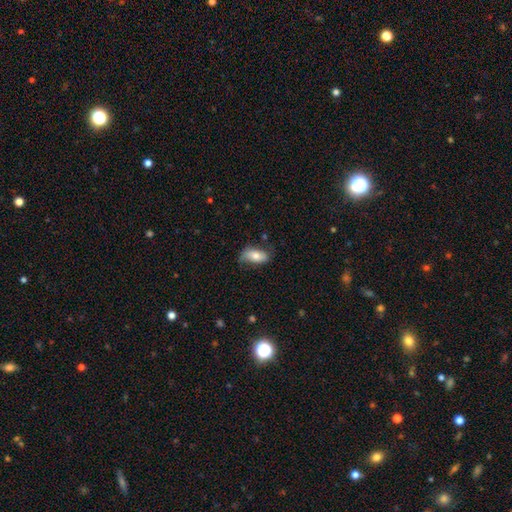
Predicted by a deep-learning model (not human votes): Overall: smooth (69%). How rounded: in between (89%). Merging: none (60%; minor disturbance 29%).